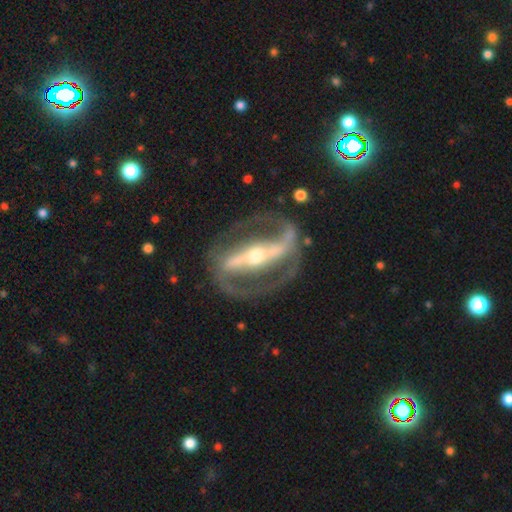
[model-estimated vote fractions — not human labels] Smooth or featured? featured or disk (91%)
Edge-on disk? no (87%)
Bar? strong (83%)
Spiral arms? yes (86%)
Spiral winding? medium (50%)
Spiral arm count? 2 (91%)
Bulge size? moderate (57%)
Merging? none (76%)